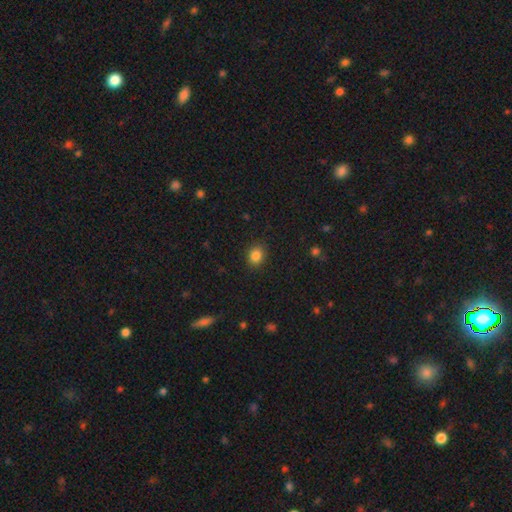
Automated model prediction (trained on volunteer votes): This appears to be a smooth galaxy with no disk features (84%) that is round (60%). Merging: none (88%).